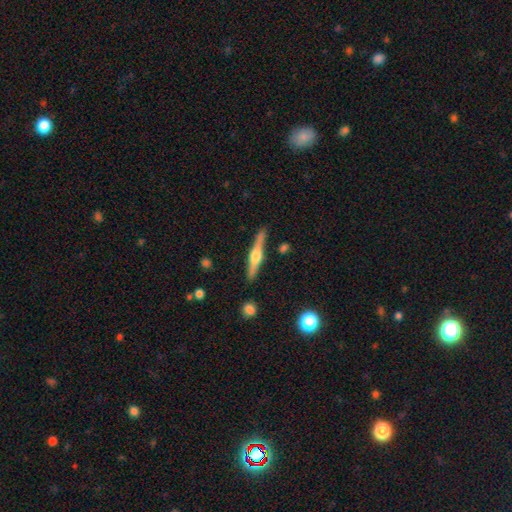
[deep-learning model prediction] smooth-or-featured: featured or disk: 72% | smooth: 22% | star or artifact: 6%
  disk-edge-on: yes: 98% | no: 2%
    edge-on-bulge: rounded: 90% | boxy: 8% | none: 3%
  merging: none: 88% | minor disturbance: 8% | merger: 2% | major disturbance: 2%